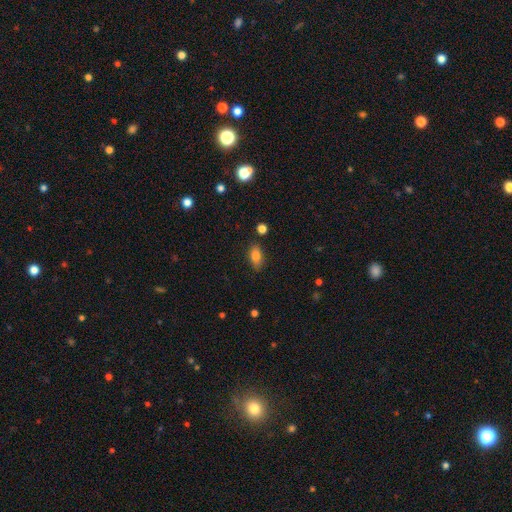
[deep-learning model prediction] Smooth or featured? smooth (83%)
How rounded? in between (87%)
Merging? none (82%)